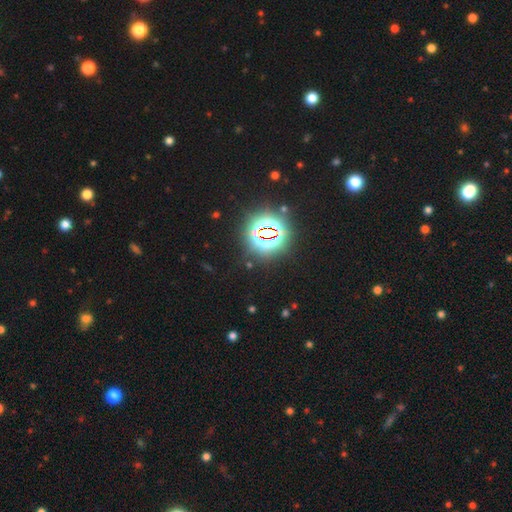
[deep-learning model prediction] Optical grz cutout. It shows a star or artifact, not a galaxy (85%).